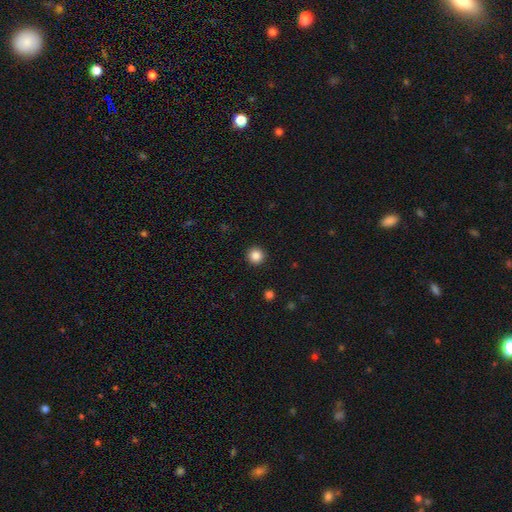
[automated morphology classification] Smooth or featured? Predicted: smooth (p=0.86). How rounded? Predicted: round (p=0.96). Merging? Predicted: none (p=0.93).